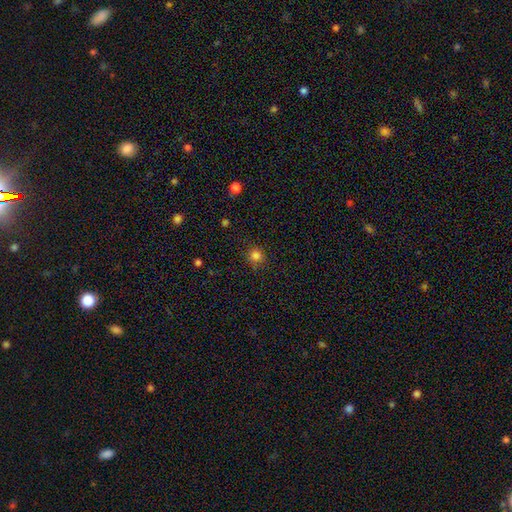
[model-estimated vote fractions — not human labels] This is clearly a smooth galaxy (82%). How rounded: clearly round (92%). Merging: clearly none (84%).